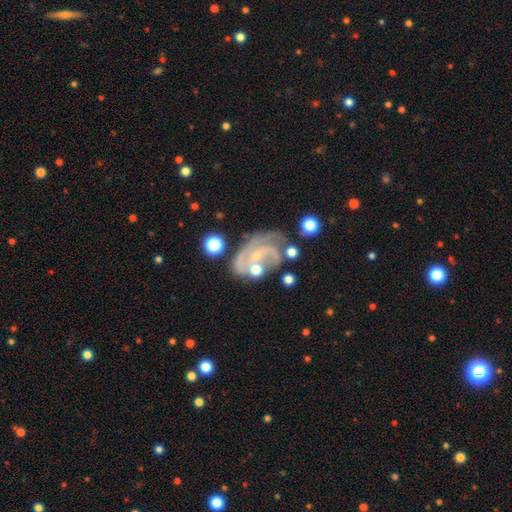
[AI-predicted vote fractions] The model was most divided on "spiral winding": tight: 44%, medium: 40%, loose: 16%. Remaining: edge-on disk — no (97%); spiral arms — yes (90%); smooth or featured — featured or disk (79%); bulge size — small (67%); bar — no (55%); merging — none (52%); spiral arm count — 2 (41%).